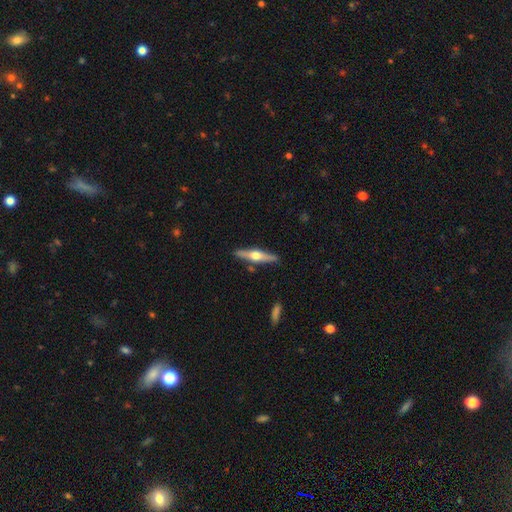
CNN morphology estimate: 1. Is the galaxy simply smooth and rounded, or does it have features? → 66% featured or disk, 29% smooth, 5% star or artifact.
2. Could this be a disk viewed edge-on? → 96% yes, 4% no.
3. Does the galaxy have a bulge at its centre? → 94% rounded, 3% boxy, 2% none.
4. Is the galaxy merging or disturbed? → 88% none, 8% minor disturbance, 2% merger, 2% major disturbance.